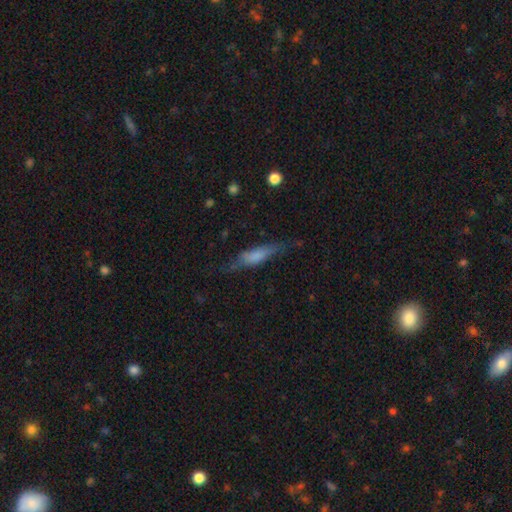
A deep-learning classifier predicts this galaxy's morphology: smooth 59%, featured or disk 33%, star or artifact 8%. Down the decision tree: how rounded — cigar-shaped (67%); merging — none (58%).